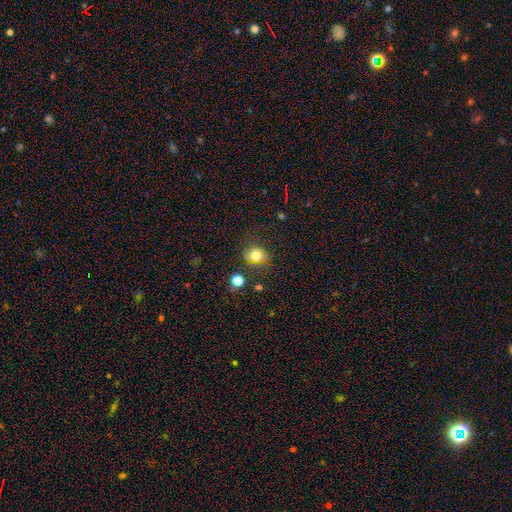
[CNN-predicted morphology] Overall: smooth (76%). How rounded: round (72%). Merging: none (78%).